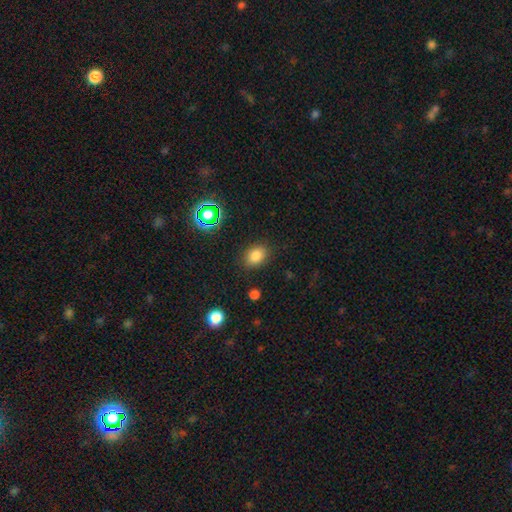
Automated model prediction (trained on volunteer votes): Overall: smooth (80%). How rounded: in between (70%). Merging: none (85%).